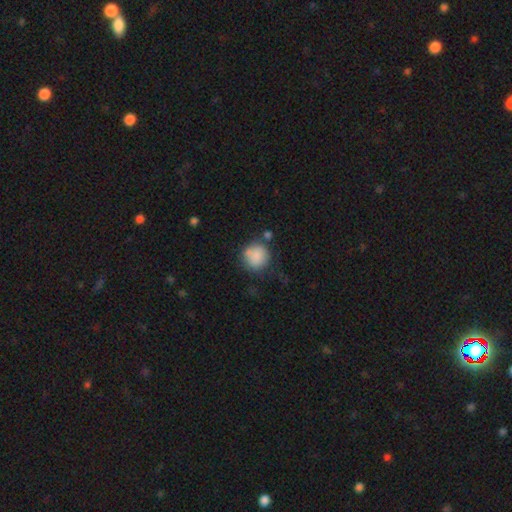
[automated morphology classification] Smooth or featured? Predicted: smooth (p=0.84). How rounded? Predicted: round (p=0.85). Merging? Predicted: none (p=0.59).